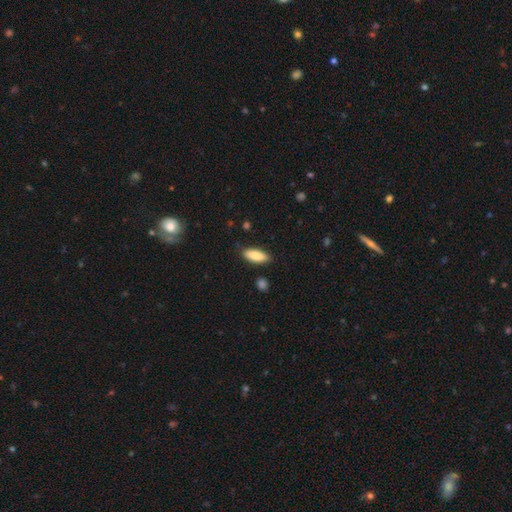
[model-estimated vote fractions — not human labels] Q: Smooth or featured?
A: smooth (85%); runner-up: featured or disk (9%)
Q: How rounded?
A: in between (73%); runner-up: cigar-shaped (25%)
Q: Merging?
A: none (84%); runner-up: minor disturbance (11%)